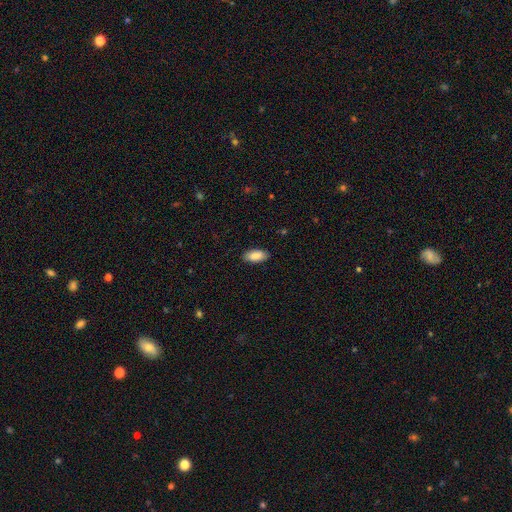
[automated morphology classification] Q: Smooth or featured?
A: smooth (88%); runner-up: star or artifact (6%)
Q: How rounded?
A: in between (91%); runner-up: cigar-shaped (7%)
Q: Merging?
A: none (87%); runner-up: minor disturbance (10%)